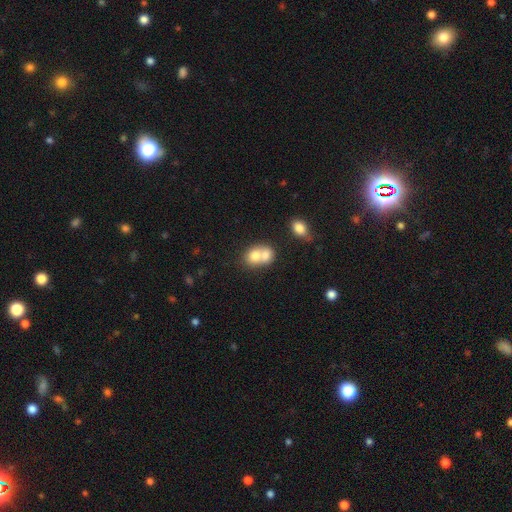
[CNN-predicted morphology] Overall: smooth (72%). How rounded: round (55%; in between 44%). Merging: merger (72%).